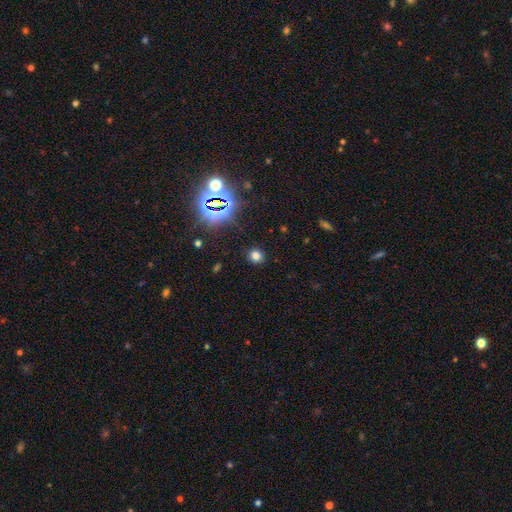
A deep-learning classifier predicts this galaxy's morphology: A smooth galaxy with no disk features (71%) that is round (79%). Merging: none (88%).